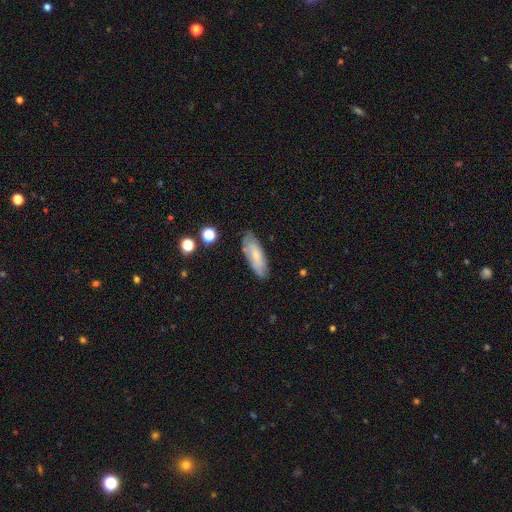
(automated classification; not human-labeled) Smooth or featured: smooth — 62% (featured or disk — 31%)
How rounded: in between — 65% (cigar-shaped — 33%)
Merging: none — 77% (minor disturbance — 18%)